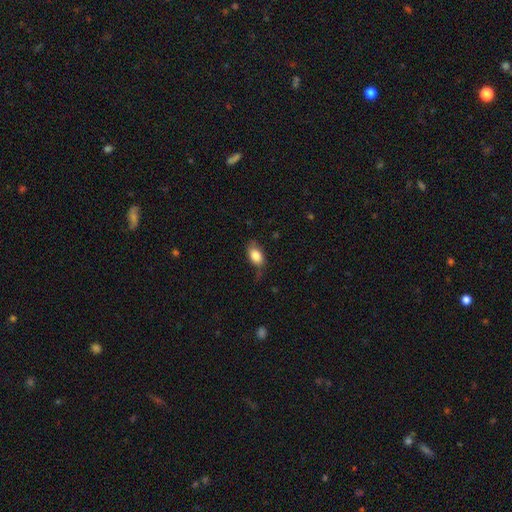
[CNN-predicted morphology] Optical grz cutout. It shows a smooth galaxy with no disk features (80%) that is in between round and cigar-shaped (88%). Merging: none (65%).